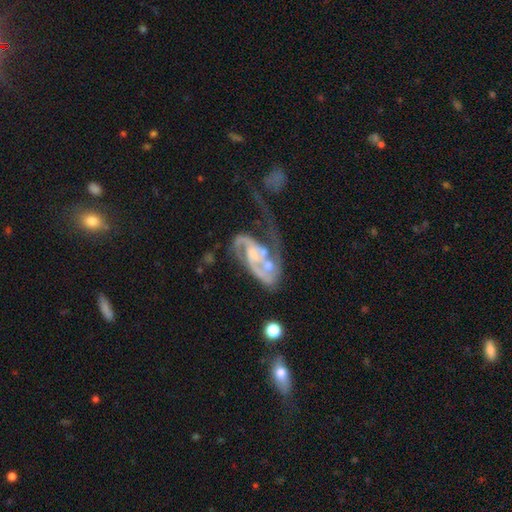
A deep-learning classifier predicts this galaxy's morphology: A featured or disk galaxy (86%) with no bar (57%), 2 (63%) medium (44%) spiral arms (93%) and a small central bulge (45%).

Vote fractions:
- Smooth or featured? featured or disk: 86% / smooth: 8% / star or artifact: 6%
- Edge-on disk? no: 97% / yes: 3%
- Bar? no: 57% / weak: 33% / strong: 11%
- Spiral arms? yes: 93% / no: 7%
- Spiral winding? medium: 44% / tight: 29% / loose: 27%
- Spiral arm count? 2: 63% / 1: 17% / can't tell: 10% / 3: 6% / 4: 2% / more than 4: 2%
- Bulge size? small: 45% / moderate: 31% / none: 18% / large: 4% / dominant: 2%
- Merging? major disturbance: 41% / merger: 26% / none: 19% / minor disturbance: 14%